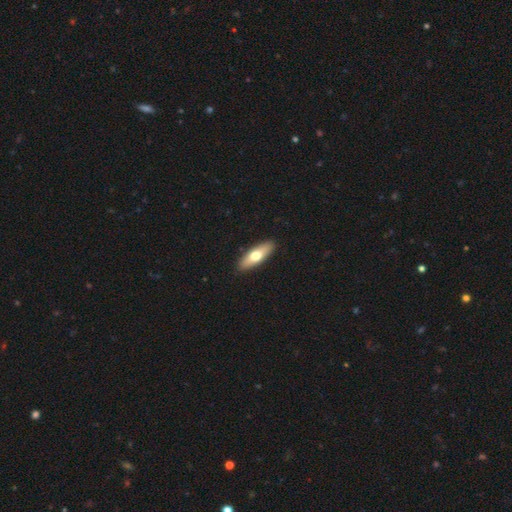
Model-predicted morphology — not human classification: smooth-or-featured: smooth: 63% | featured or disk: 32% | star or artifact: 5%
  how-rounded: in between: 54% | cigar-shaped: 43% | round: 2%
  merging: none: 90% | minor disturbance: 7% | major disturbance: 2% | merger: 1%